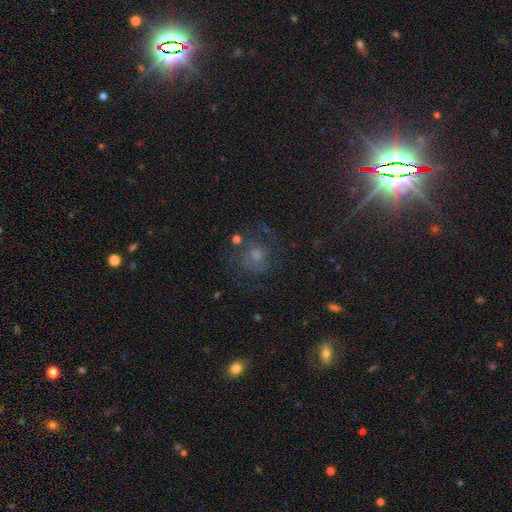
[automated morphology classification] smooth_or_featured: featured or disk (p=0.47) [alt: smooth p=0.33]
merging: none (p=0.62) [alt: minor disturbance p=0.18]